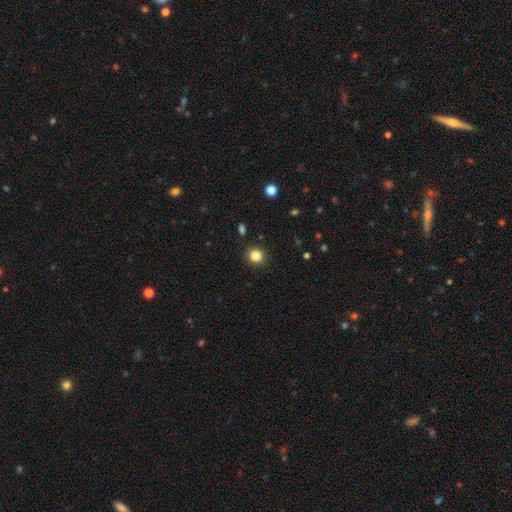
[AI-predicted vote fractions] smooth 83%, star or artifact 12%, featured or disk 5%. Down the decision tree: how rounded — round (90%); merging — none (92%).